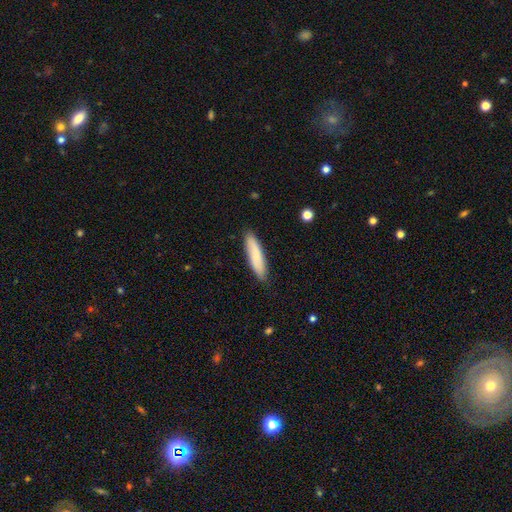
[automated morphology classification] This is likely a smooth galaxy (79%). How rounded: likely cigar-shaped (74%). Merging: clearly none (86%).